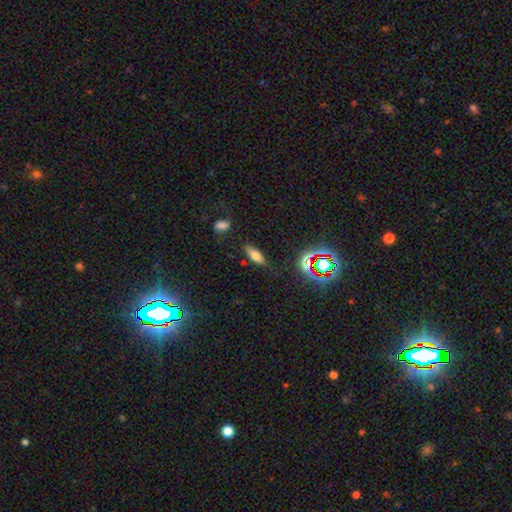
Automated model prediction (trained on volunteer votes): smooth-or-featured: smooth: 68% | featured or disk: 17% | star or artifact: 16%
  how-rounded: in between: 69% | cigar-shaped: 27% | round: 4%
  merging: none: 79% | minor disturbance: 14% | major disturbance: 4% | merger: 2%